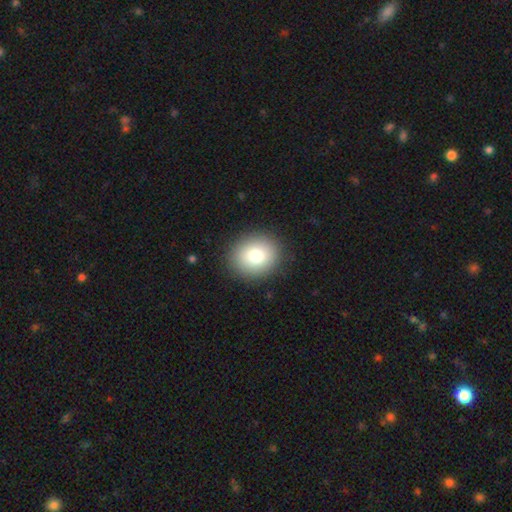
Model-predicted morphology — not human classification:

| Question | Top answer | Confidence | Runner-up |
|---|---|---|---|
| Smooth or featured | smooth | 80% | featured or disk (10%) |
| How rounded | round | 75% | in between (24%) |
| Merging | none | 90% | minor disturbance (7%) |